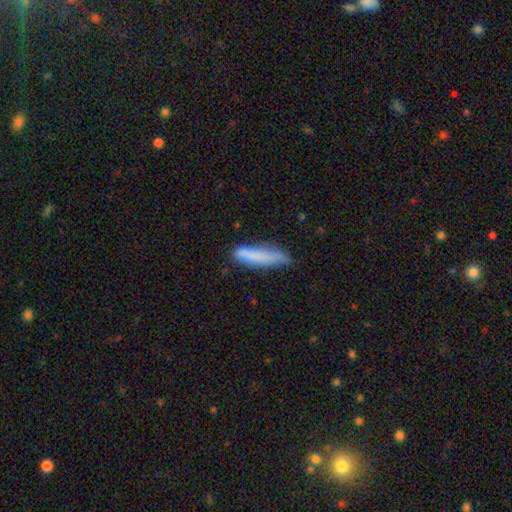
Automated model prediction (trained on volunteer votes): smooth-or-featured: smooth: 79% | featured or disk: 14% | star or artifact: 7%
  how-rounded: cigar-shaped: 85% | in between: 13% | round: 1%
  merging: none: 68% | minor disturbance: 25% | major disturbance: 5% | merger: 3%